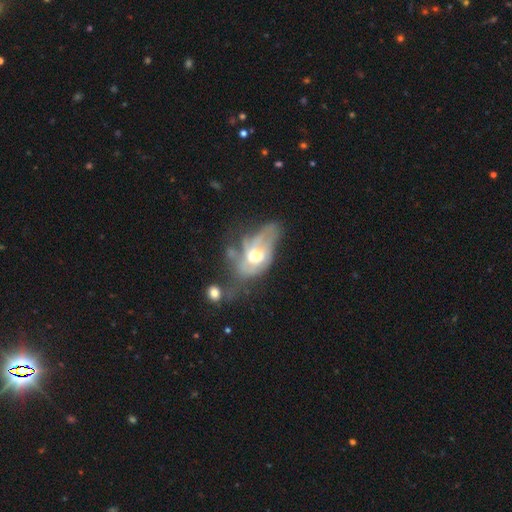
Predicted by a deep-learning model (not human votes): Smooth or featured? featured or disk (65%)
Edge-on disk? no (92%)
Bar? no (76%)
Spiral arms? no (52%)
Bulge size? moderate (64%)
Merging? major disturbance (46%)